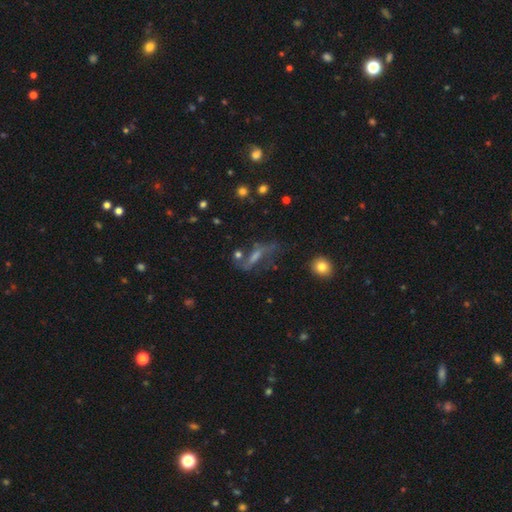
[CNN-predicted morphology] Smooth or featured: featured or disk — 50% (smooth — 29%)
Edge-on disk: no — 67% (yes — 33%)
Merging: none — 45% (major disturbance — 25%)